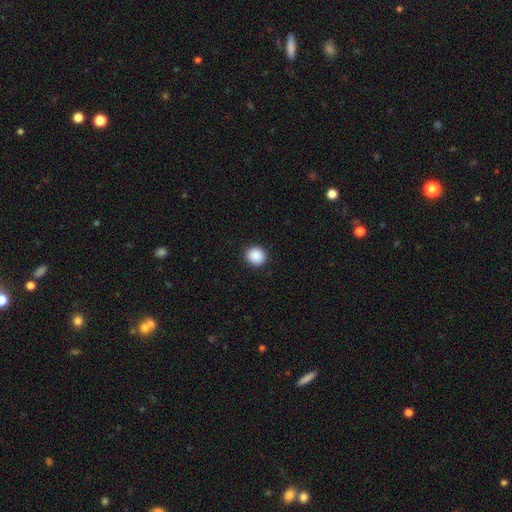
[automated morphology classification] This appears to be a smooth galaxy with no disk features (89%) that is round (90%). Merging: none (92%).